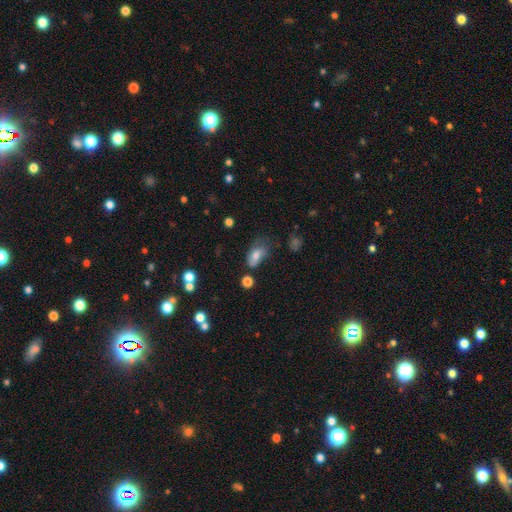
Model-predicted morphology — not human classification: Smooth or featured? smooth (73%)
How rounded? in between (87%)
Merging? minor disturbance (36%)